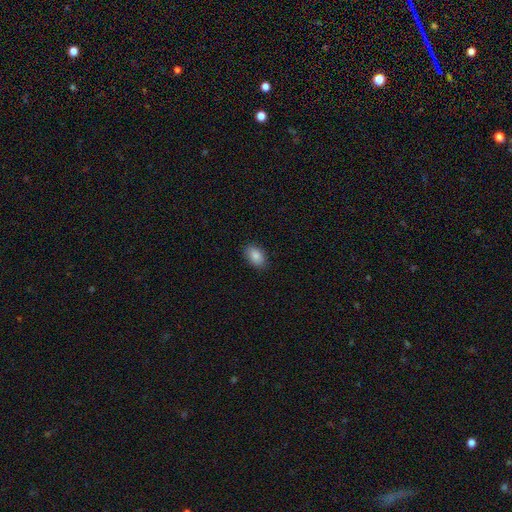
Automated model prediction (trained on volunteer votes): The model was most divided on "merging": none: 87%, minor disturbance: 10%, major disturbance: 2%, merger: 1%. More confident: how rounded — in between (89%); smooth or featured — smooth (87%).